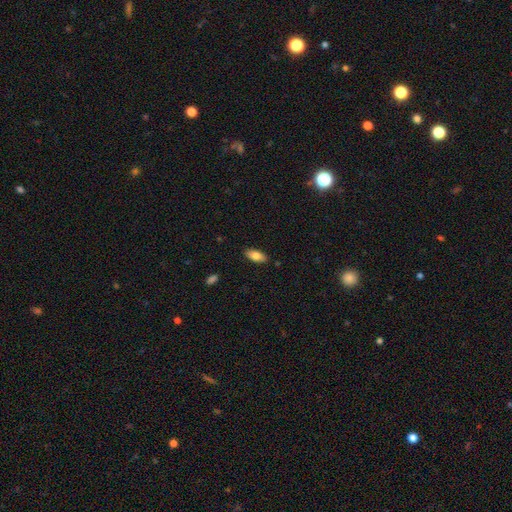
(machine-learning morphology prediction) smooth 79%, featured or disk 15%, star or artifact 7%. Down the decision tree: how rounded — in between (87%); merging — none (87%).